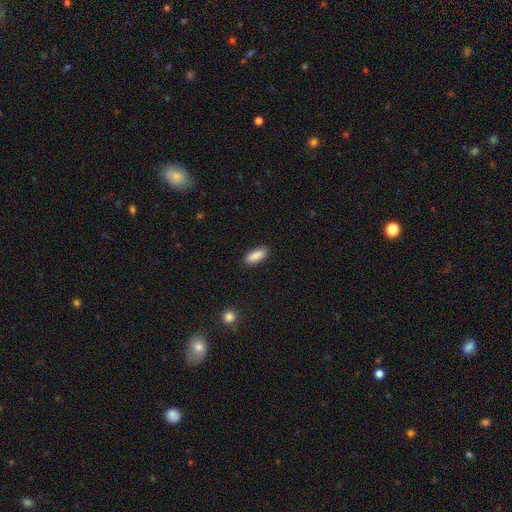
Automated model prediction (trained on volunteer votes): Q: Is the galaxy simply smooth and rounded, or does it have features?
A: smooth — 89%.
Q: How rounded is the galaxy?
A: in between — 80%.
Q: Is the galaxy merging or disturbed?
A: none — 89%.